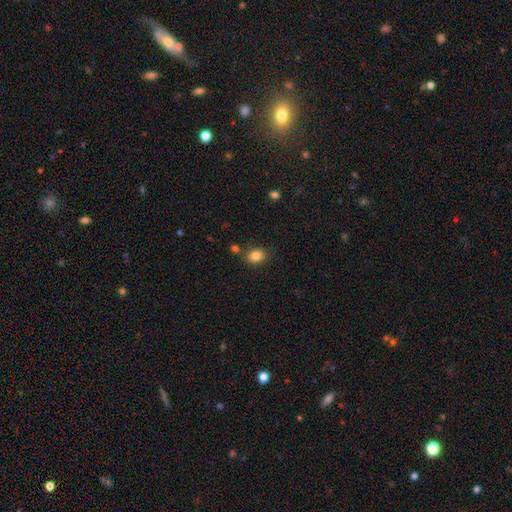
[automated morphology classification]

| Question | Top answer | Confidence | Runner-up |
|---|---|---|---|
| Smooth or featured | smooth | 85% | star or artifact (10%) |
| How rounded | in between | 60% | round (39%) |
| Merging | none | 76% | minor disturbance (13%) |